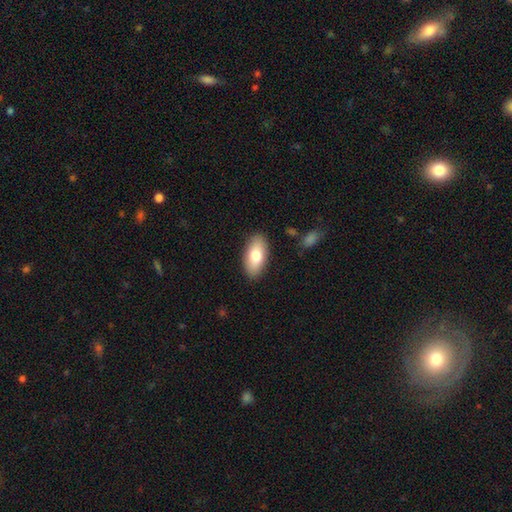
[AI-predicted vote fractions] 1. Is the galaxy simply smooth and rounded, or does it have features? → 78% smooth, 16% featured or disk, 6% star or artifact.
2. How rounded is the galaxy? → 92% in between, 5% cigar-shaped, 3% round.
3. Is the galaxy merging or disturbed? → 87% none, 10% minor disturbance, 2% major disturbance, 1% merger.